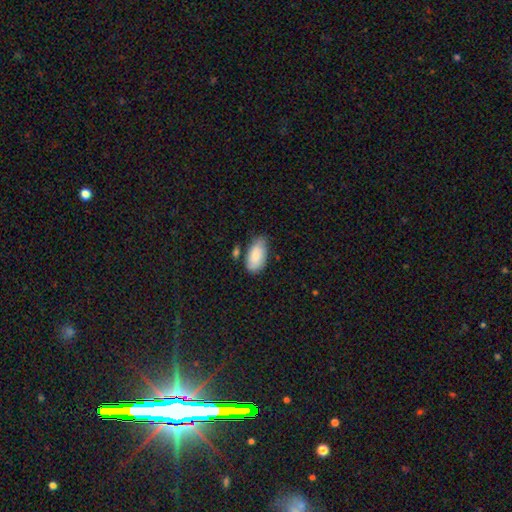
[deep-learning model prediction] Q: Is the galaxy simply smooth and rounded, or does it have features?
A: smooth — 83%.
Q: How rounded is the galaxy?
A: in between — 94%.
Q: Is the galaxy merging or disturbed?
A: none — 64%.